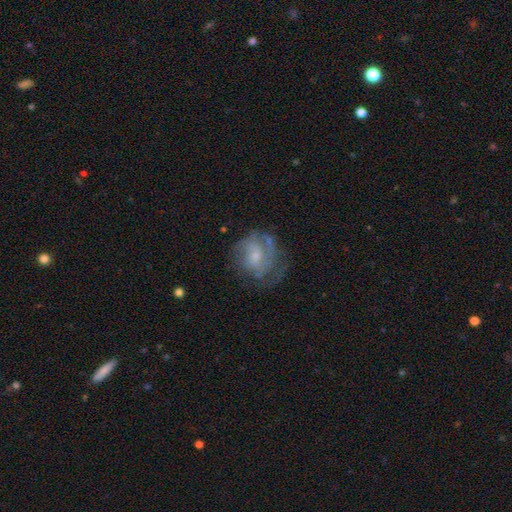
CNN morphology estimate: A featured or disk galaxy (63%) with no bar (62%), spiral arms (72%) and a small central bulge (50%).

Vote fractions:
- Smooth or featured? featured or disk: 63% / smooth: 29% / star or artifact: 8%
- Edge-on disk? no: 97% / yes: 3%
- Bar? no: 62% / weak: 33% / strong: 5%
- Spiral arms? yes: 72% / no: 28%
- Bulge size? small: 50% / moderate: 34% / none: 11% / large: 3% / dominant: 1%
- Merging? none: 51% / minor disturbance: 24% / major disturbance: 23% / merger: 2%